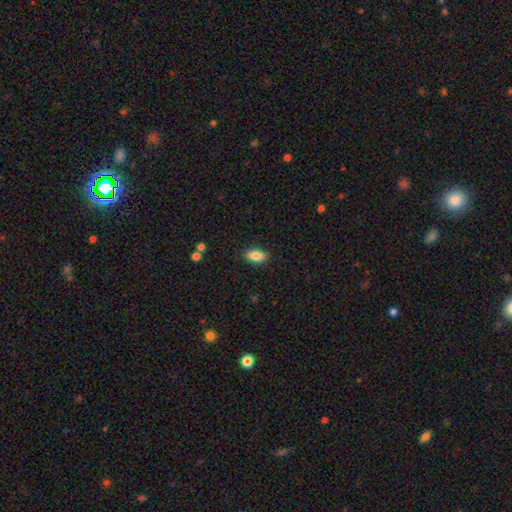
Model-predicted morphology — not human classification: Smooth or featured? Predicted: smooth (p=0.86). How rounded? Predicted: in between (p=0.90). Merging? Predicted: none (p=0.88).